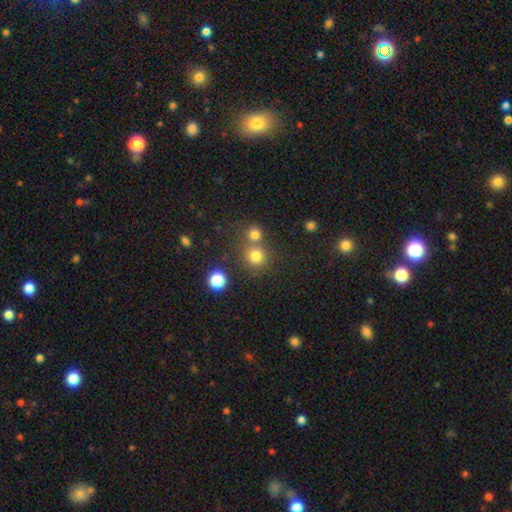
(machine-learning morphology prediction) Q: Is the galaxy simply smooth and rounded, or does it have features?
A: smooth — 77%.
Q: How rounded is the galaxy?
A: round — 90%.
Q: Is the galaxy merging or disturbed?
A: none — 62%.